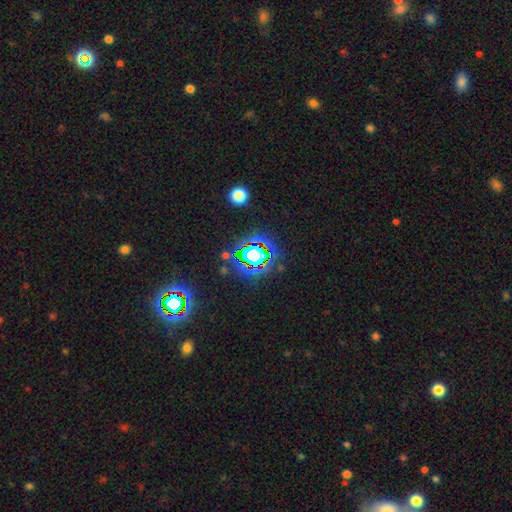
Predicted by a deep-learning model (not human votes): This is likely a star or artifact rather than a galaxy (75%).